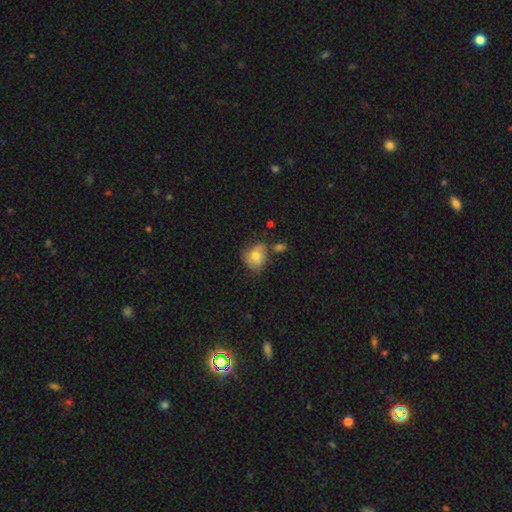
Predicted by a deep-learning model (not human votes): smooth-or-featured: smooth: 72% | featured or disk: 19% | star or artifact: 9%
  how-rounded: round: 56% | in between: 43% | cigar-shaped: 1%
  merging: none: 50% | minor disturbance: 29% | merger: 12% | major disturbance: 9%